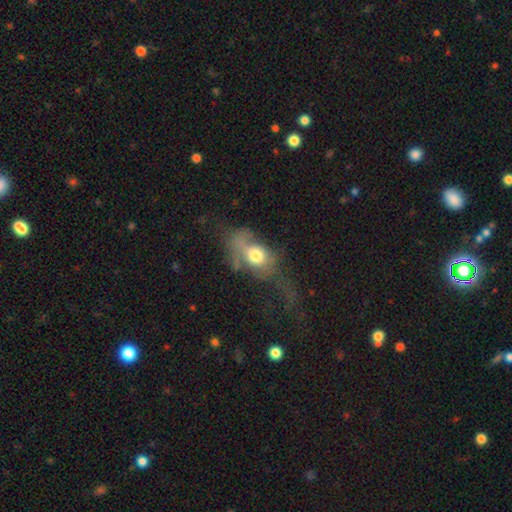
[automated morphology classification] Smooth or featured?
  - smooth: 57% *
  - featured or disk: 32%
  - star or artifact: 10%
How rounded?
  - in between: 65% *
  - round: 33%
  - cigar-shaped: 3%
Merging?
  - major disturbance: 58% *
  - none: 18%
  - minor disturbance: 17%
  - merger: 7%